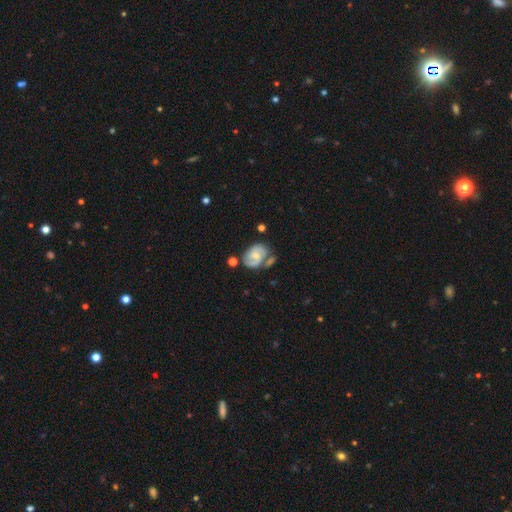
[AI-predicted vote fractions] A featured or disk galaxy (73%) with no bar (49%), 2 (71%) medium (43%, tied with tight) spiral arms (90%) and a small central bulge (50%). Merging: none (49%).